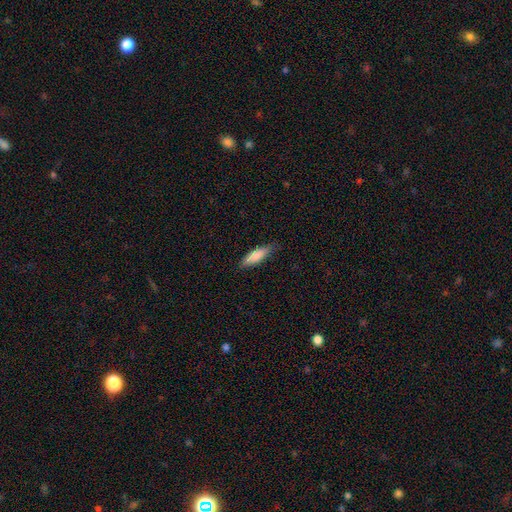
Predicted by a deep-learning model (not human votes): Smooth or featured? smooth (84%)
How rounded? cigar-shaped (54%)
Merging? none (79%)